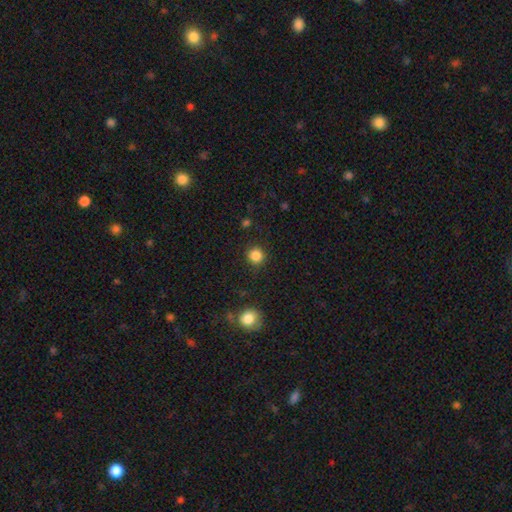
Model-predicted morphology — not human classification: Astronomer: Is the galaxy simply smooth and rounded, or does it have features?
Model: smooth — 85%.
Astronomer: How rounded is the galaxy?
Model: round — 93%.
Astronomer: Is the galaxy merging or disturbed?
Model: none — 89%.